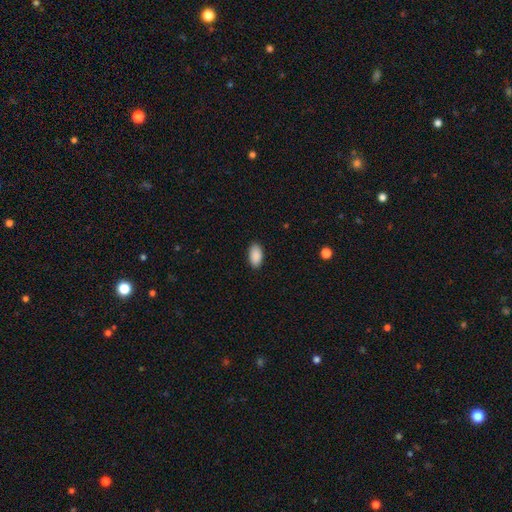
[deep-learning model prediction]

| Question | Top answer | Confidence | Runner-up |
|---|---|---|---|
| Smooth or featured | smooth | 91% | star or artifact (7%) |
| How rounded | in between | 95% | round (3%) |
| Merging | none | 88% | minor disturbance (9%) |